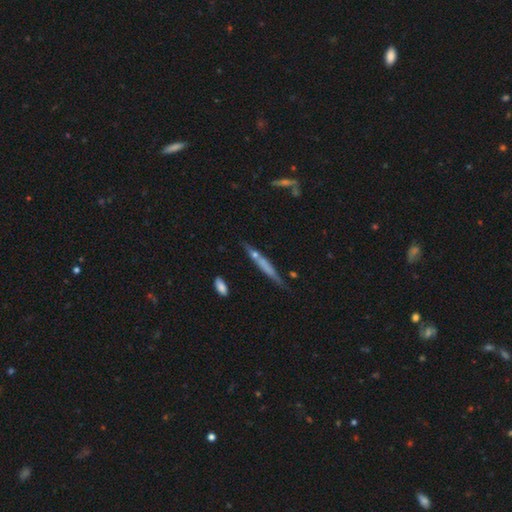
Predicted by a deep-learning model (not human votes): This appears to be a featured or disk galaxy (47%). Merging: none (68%).